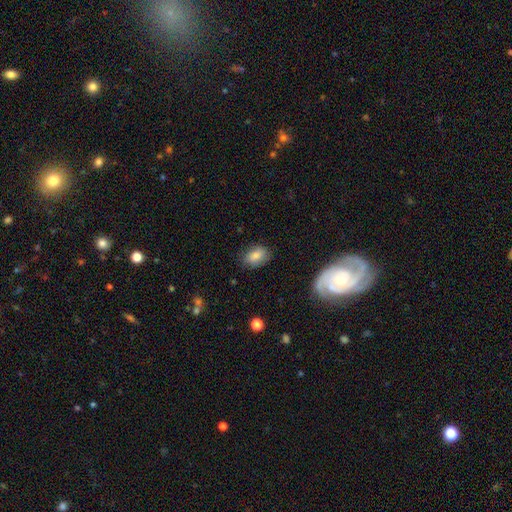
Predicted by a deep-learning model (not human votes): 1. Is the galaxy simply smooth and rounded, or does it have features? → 80% smooth, 12% featured or disk, 8% star or artifact.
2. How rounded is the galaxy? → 82% in between, 16% round, 2% cigar-shaped.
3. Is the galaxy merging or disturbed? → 77% none, 17% minor disturbance, 4% major disturbance, 1% merger.